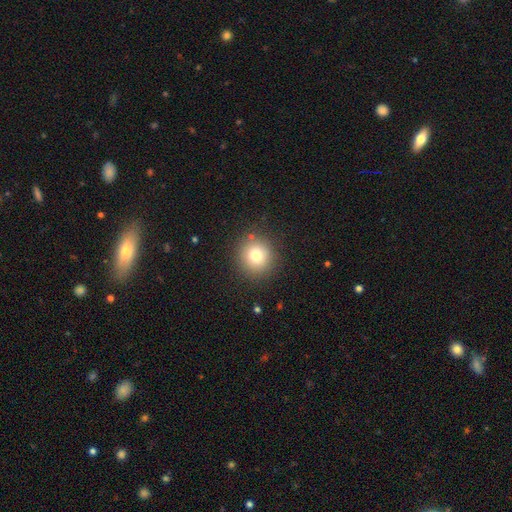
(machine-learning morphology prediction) Smooth or featured: smooth — 77% (star or artifact — 13%)
How rounded: round — 92% (in between — 8%)
Merging: none — 88% (minor disturbance — 8%)